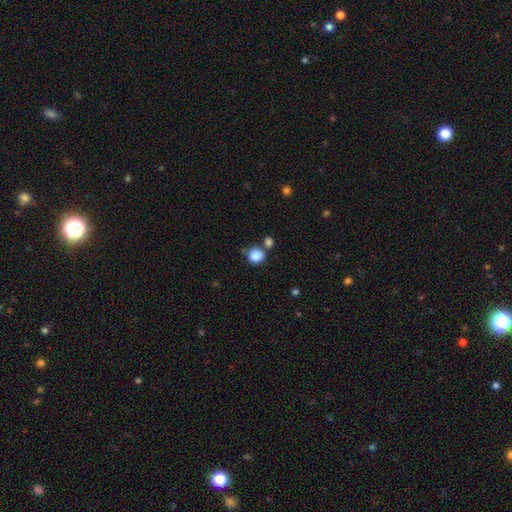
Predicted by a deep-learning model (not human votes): This appears to be a smooth galaxy with no disk features (86%) that is round (81%). Merging: none (60%).